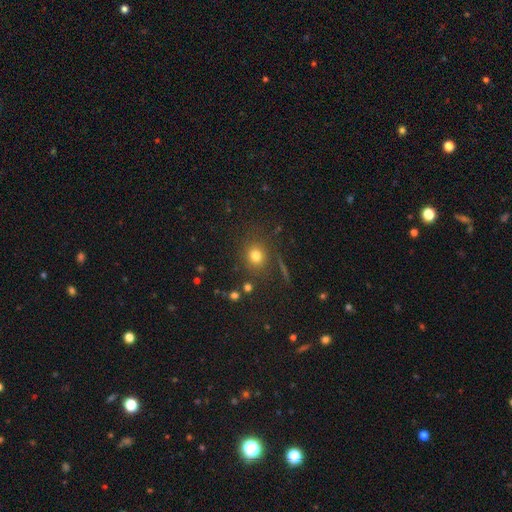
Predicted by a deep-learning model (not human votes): A smooth galaxy with no disk features (75%) that is round (83%). Merging: none (82%).